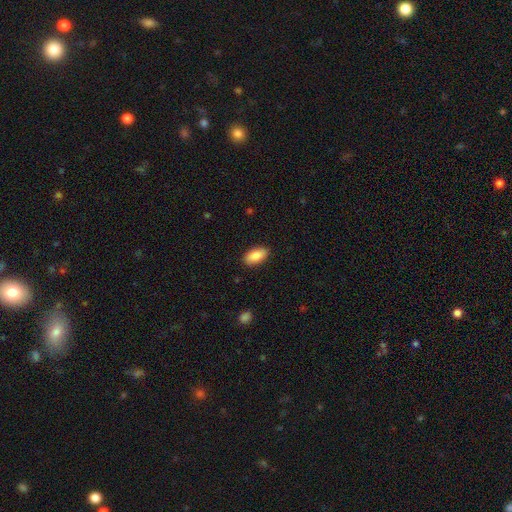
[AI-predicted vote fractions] Smooth or featured? Predicted: smooth (p=0.87). How rounded? Predicted: in between (p=0.93). Merging? Predicted: none (p=0.89).